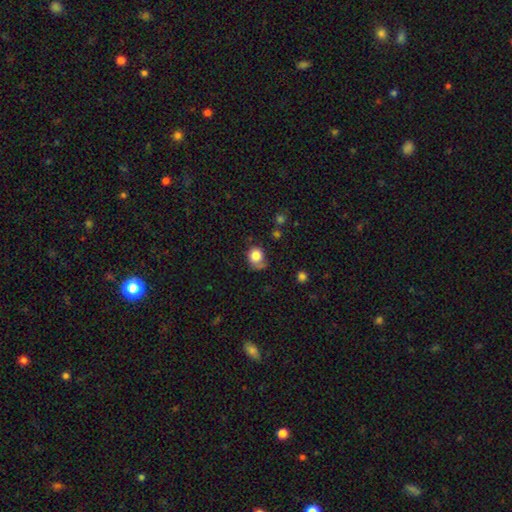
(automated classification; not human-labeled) Smooth or featured?
  - smooth: 82% *
  - star or artifact: 10%
  - featured or disk: 8%
How rounded?
  - round: 70% *
  - in between: 29%
  - cigar-shaped: 1%
Merging?
  - none: 54% *
  - minor disturbance: 28%
  - major disturbance: 11%
  - merger: 6%